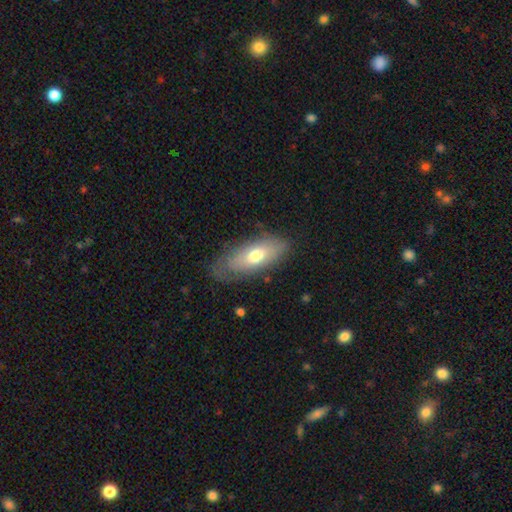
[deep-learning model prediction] Smooth or featured? Predicted: smooth (p=0.61). How rounded? Predicted: in between (p=0.80). Merging? Predicted: none (p=0.71).